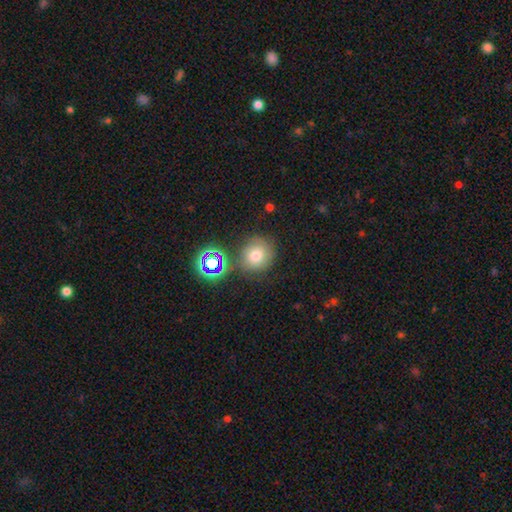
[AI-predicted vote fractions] Overall: smooth (66%). How rounded: round (87%). Merging: none (72%).